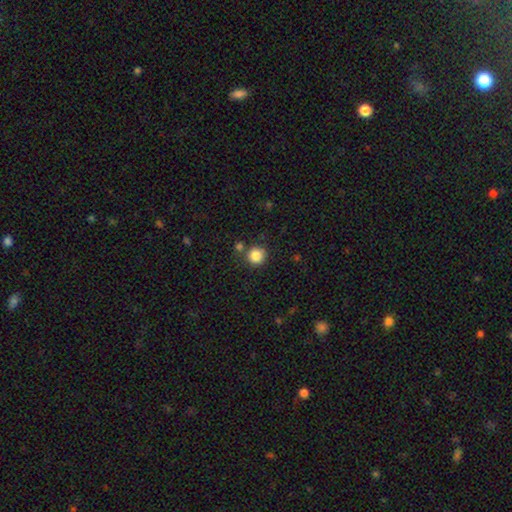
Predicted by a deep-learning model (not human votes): smooth 85%, star or artifact 11%, featured or disk 4%. Down the decision tree: how rounded — round (93%); merging — none (80%).